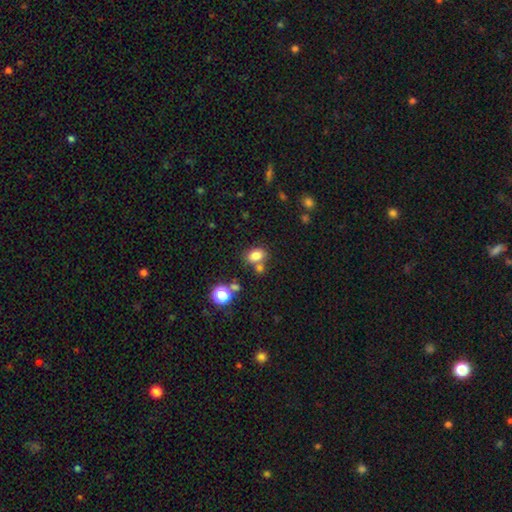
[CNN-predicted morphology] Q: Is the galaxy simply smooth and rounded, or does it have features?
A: smooth — 81%.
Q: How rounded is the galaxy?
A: in between — 78%.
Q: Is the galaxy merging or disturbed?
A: none — 62%.